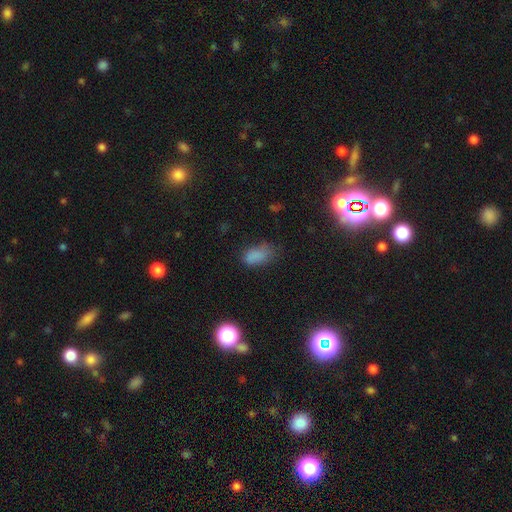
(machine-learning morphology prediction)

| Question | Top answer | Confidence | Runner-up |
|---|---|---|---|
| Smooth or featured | smooth | 78% | star or artifact (14%) |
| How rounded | in between | 90% | round (7%) |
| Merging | none | 52% | minor disturbance (31%) |